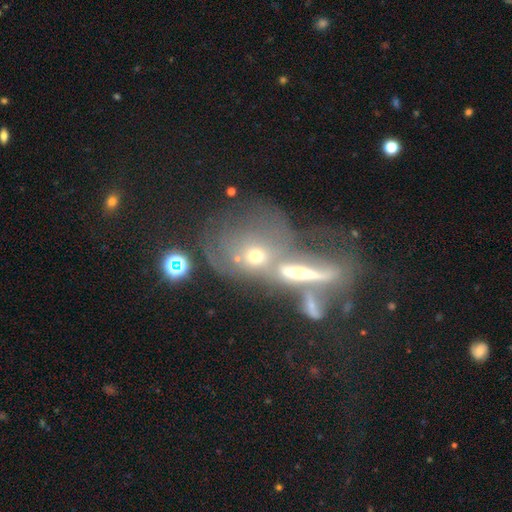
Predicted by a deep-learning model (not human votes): Smooth or featured: smooth — 46% (featured or disk — 37%)
Merging: merger — 60% (none — 17%)